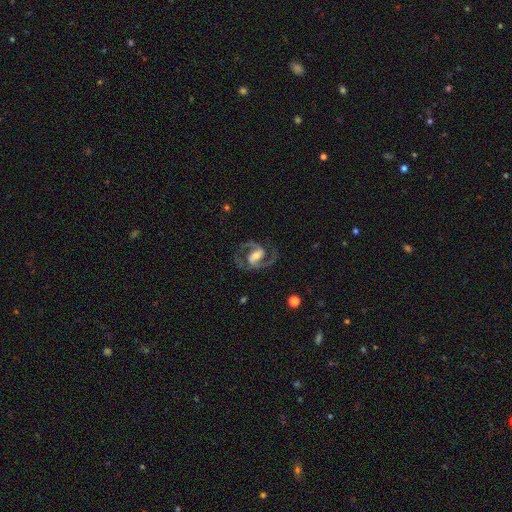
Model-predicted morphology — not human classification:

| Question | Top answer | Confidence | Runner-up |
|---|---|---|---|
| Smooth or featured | featured or disk | 89% | smooth (6%) |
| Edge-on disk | no | 97% | yes (3%) |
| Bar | weak | 40% | tied: strong (40%) |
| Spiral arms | yes | 97% | no (3%) |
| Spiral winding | medium | 64% | tight (20%) |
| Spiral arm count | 2 | 93% | can't tell (2%) |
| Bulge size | moderate | 48% | small (30%) |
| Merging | none | 77% | minor disturbance (12%) |